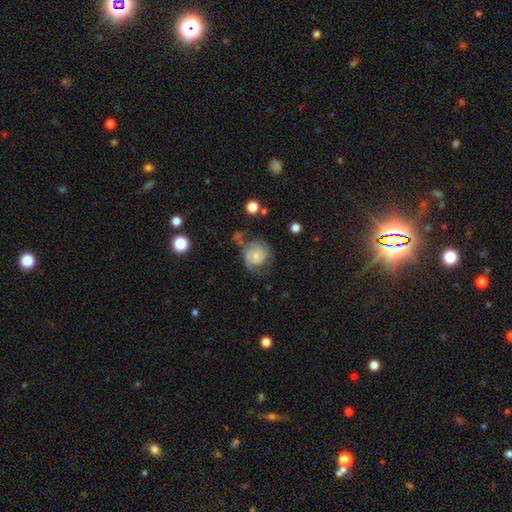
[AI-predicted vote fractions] smooth-or-featured: featured or disk: 58% | smooth: 34% | star or artifact: 8%
  disk-edge-on: no: 98% | yes: 2%
    bar: no: 77% | weak: 20% | strong: 3%
    has-spiral-arms: yes: 84% | no: 16%
    bulge-size: small: 59% | moderate: 29% | none: 7% | large: 4% | dominant: 2%
  merging: none: 44% | minor disturbance: 26% | major disturbance: 23% | merger: 6%